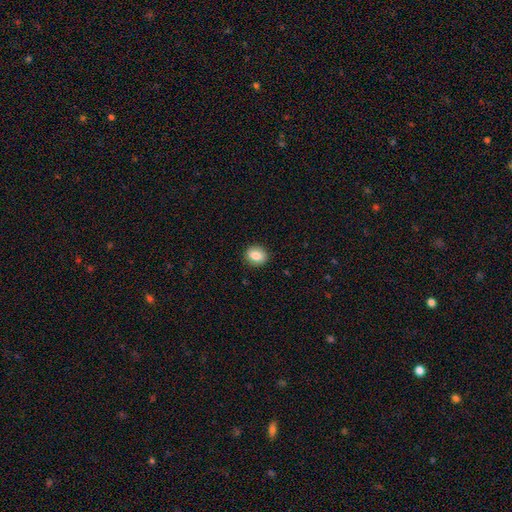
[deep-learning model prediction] Smooth or featured: smooth — 85% (star or artifact — 8%)
How rounded: round — 54% (in between — 45%)
Merging: none — 88% (minor disturbance — 8%)